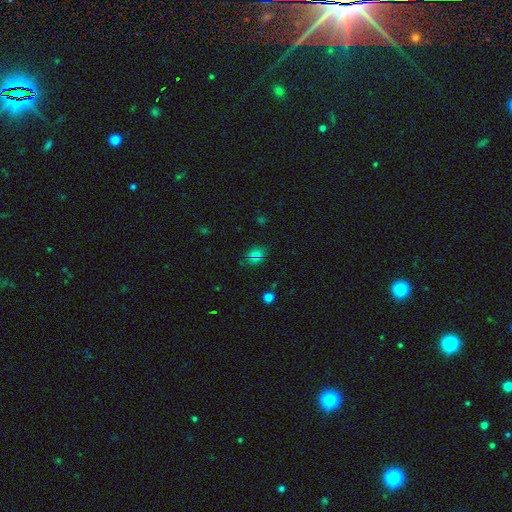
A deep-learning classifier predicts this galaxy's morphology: type=smooth (63%); roundness=in between (54%); merging=none (81%).